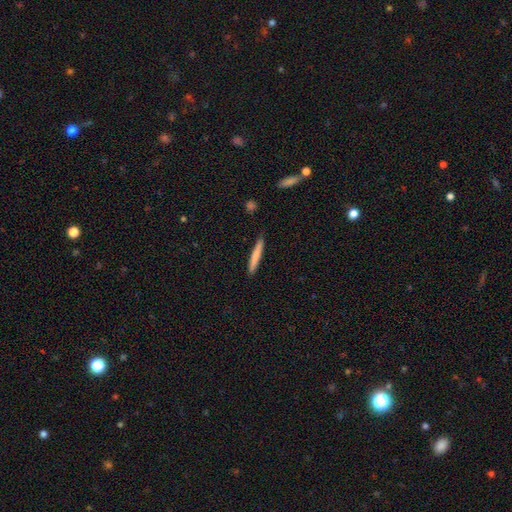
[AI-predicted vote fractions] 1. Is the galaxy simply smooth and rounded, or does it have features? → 76% smooth, 19% featured or disk, 5% star or artifact.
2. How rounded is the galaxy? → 95% cigar-shaped, 3% in between, 1% round.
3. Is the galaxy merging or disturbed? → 89% none, 8% minor disturbance, 1% major disturbance, 1% merger.